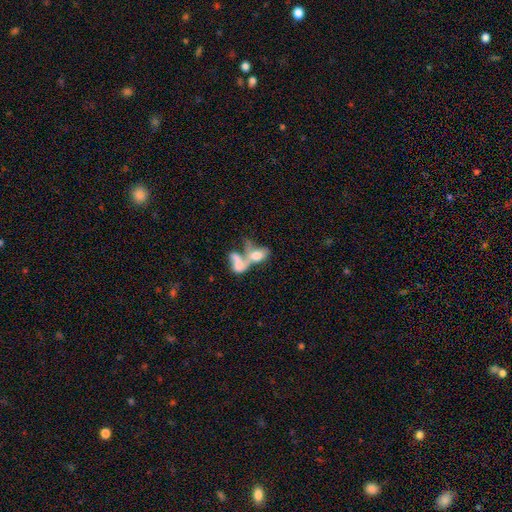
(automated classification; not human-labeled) The model was most divided on "smooth or featured": smooth: 56%, featured or disk: 34%, star or artifact: 10%. More confident: how rounded — in between (79%); merging — merger (71%).